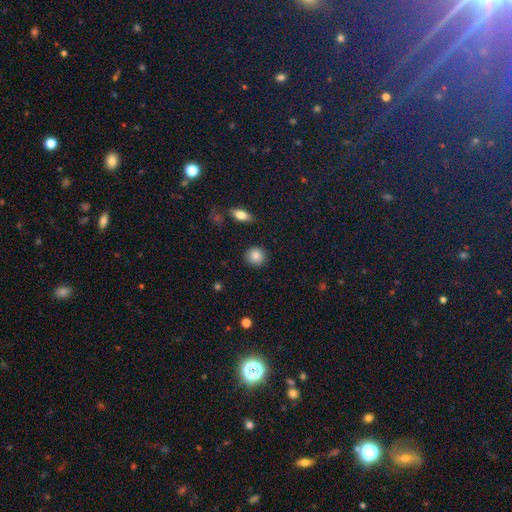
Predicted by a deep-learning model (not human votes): smooth_or_featured: smooth (p=0.86) [alt: star or artifact p=0.08]
how_rounded: round (p=0.90) [alt: in between p=0.09]
merging: none (p=0.90) [alt: minor disturbance p=0.06]